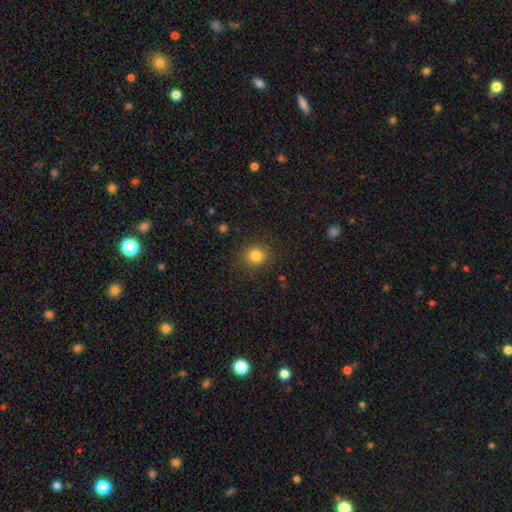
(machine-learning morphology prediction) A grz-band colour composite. It shows a smooth galaxy with no disk features (83%) that is round (83%). Merging: none (87%).